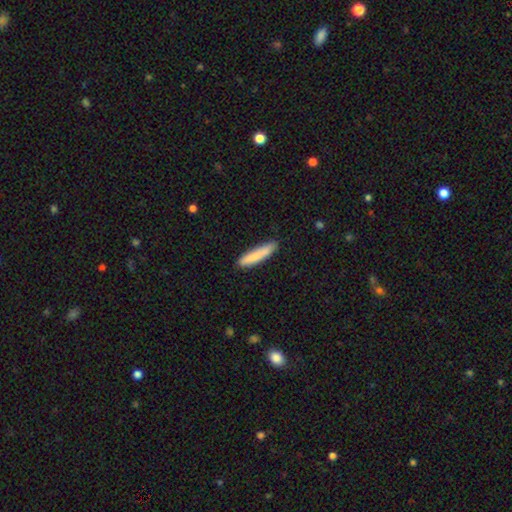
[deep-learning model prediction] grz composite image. It shows a smooth galaxy with no disk features (84%) that is cigar-shaped (87%). Merging: none (86%).